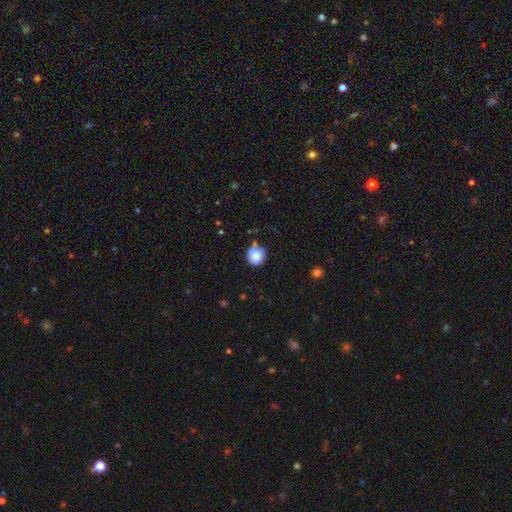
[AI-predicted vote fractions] This appears to be a smooth galaxy with no disk features (81%) that is round (91%). Merging: none (64%).